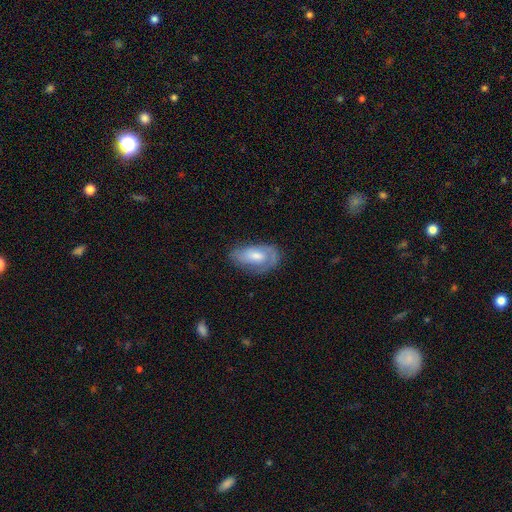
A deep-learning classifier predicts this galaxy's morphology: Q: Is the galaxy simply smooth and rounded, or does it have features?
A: featured or disk — 61%.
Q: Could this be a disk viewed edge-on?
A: no — 93%.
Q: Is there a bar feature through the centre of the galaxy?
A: no — 59%.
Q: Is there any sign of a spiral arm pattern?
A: yes — 83%.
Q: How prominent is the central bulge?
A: moderate — 56%.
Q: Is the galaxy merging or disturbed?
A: none — 66%.